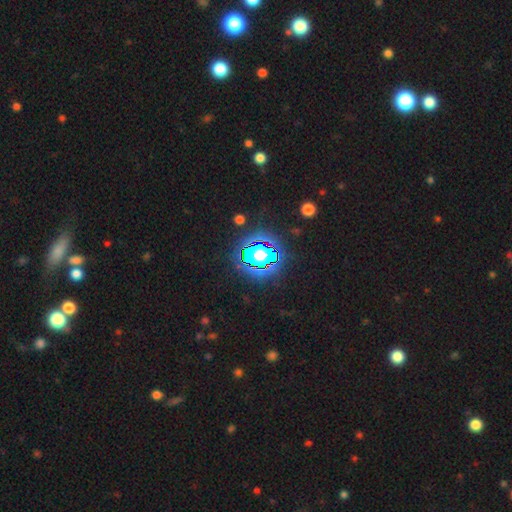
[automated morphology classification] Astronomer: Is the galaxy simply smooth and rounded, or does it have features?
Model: star or artifact — 81%.